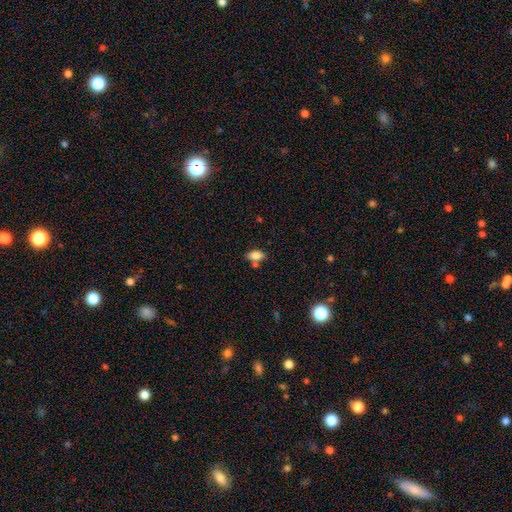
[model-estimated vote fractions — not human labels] A smooth galaxy with no disk features (81%) that is in between round and cigar-shaped (89%). Merging: none (64%).